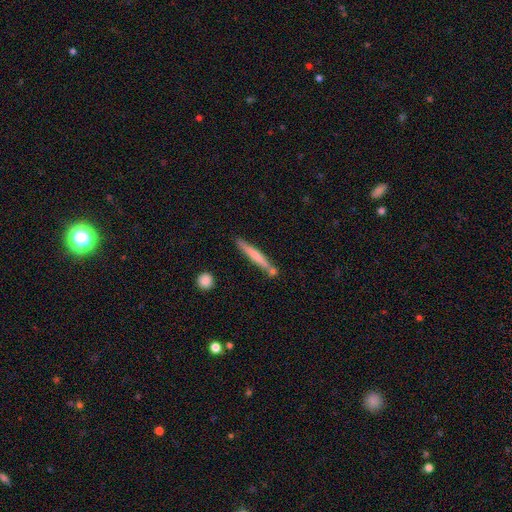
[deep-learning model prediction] Smooth or featured: smooth — 59% (featured or disk — 36%)
How rounded: cigar-shaped — 95% (in between — 3%)
Merging: none — 74% (minor disturbance — 13%)